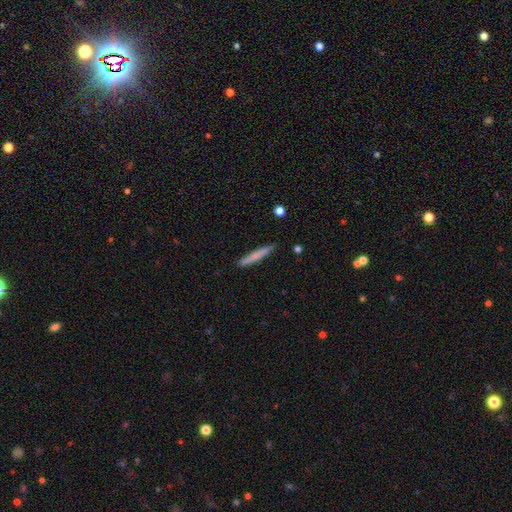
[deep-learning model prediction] Smooth or featured: smooth — 69% (featured or disk — 25%)
How rounded: cigar-shaped — 96% (in between — 3%)
Merging: none — 90% (minor disturbance — 7%)